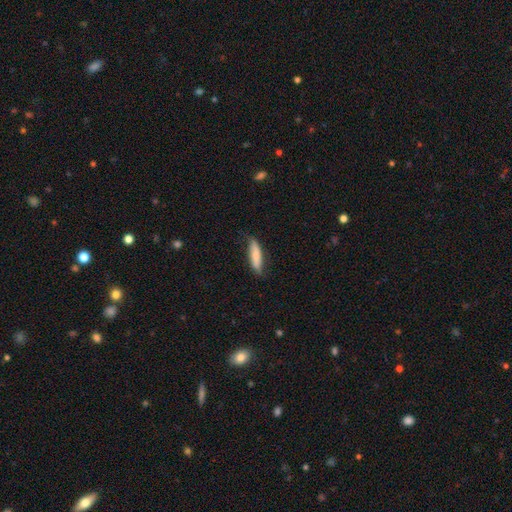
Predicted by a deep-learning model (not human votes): Morphology: type=smooth (71%); roundness=cigar-shaped (68%); merging=none (68%).